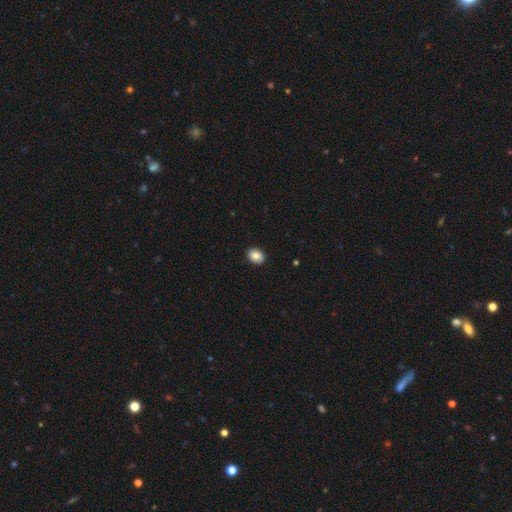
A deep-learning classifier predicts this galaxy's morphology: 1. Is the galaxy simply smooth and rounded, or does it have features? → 83% smooth, 9% featured or disk, 8% star or artifact.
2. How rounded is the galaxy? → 54% in between, 45% round, 1% cigar-shaped.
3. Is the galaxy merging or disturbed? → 91% none, 7% minor disturbance, 2% major disturbance, 1% merger.